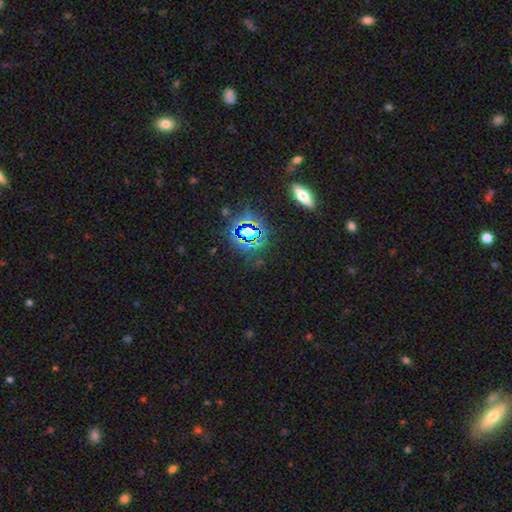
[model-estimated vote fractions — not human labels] smooth_or_featured: star or artifact (p=0.67) [alt: smooth p=0.20]